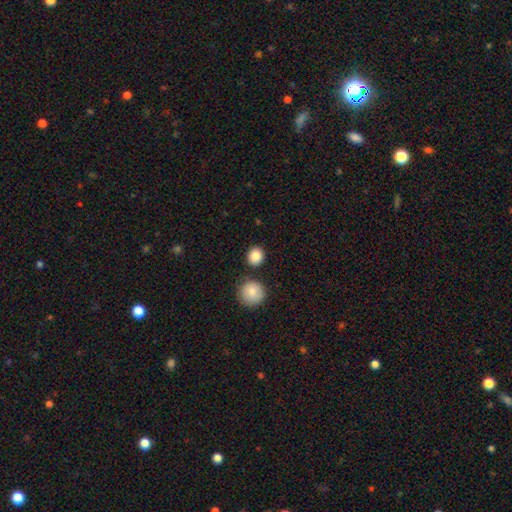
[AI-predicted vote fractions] Smooth or featured? smooth (86%)
How rounded? round (82%)
Merging? none (84%)